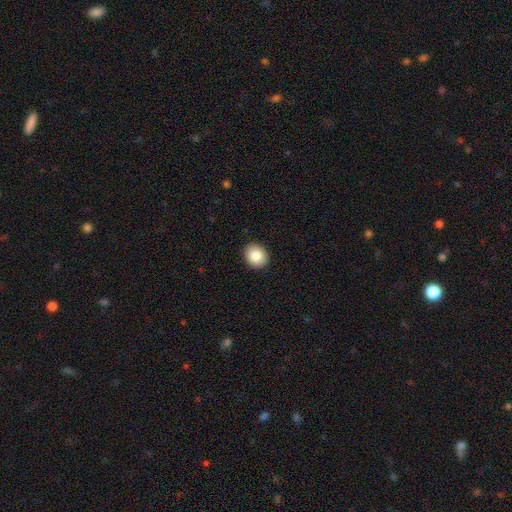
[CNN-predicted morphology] A smooth galaxy with no disk features (85%) that is round (71%). Merging: none (92%).